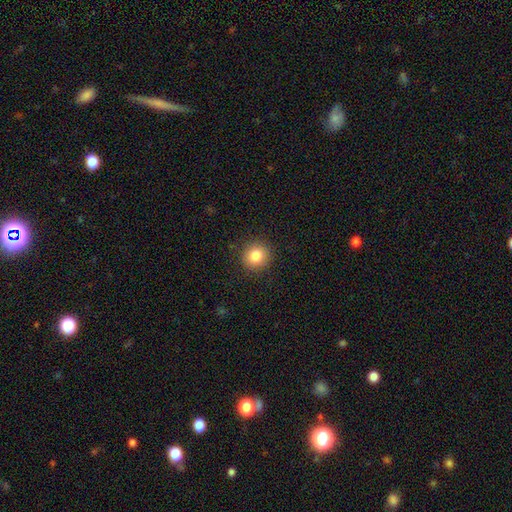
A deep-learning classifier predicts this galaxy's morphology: type=smooth (83%); roundness=round (87%); merging=none (90%).